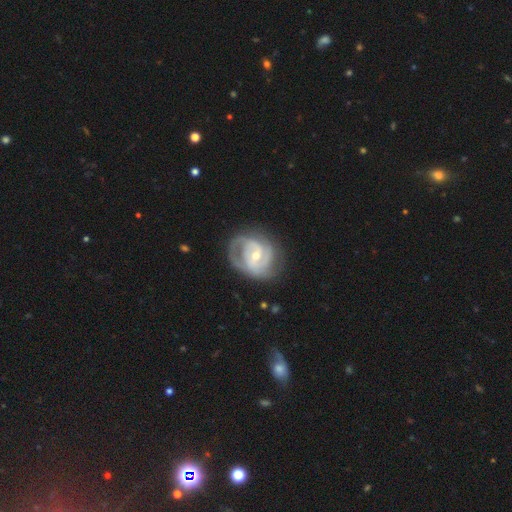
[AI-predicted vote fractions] Smooth or featured? featured or disk (85%)
Edge-on disk? no (97%)
Bar? weak (43%)
Spiral arms? yes (94%)
Spiral winding? tight (50%)
Spiral arm count? 2 (48%)
Bulge size? small (50%)
Merging? none (67%)